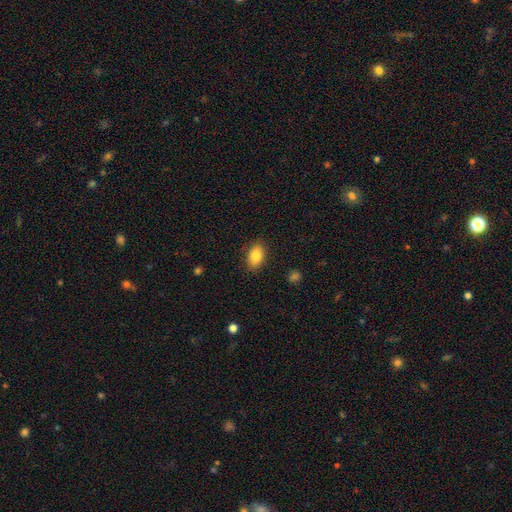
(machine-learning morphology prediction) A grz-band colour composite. It shows a smooth galaxy with no disk features (85%) that is in between round and cigar-shaped (90%). Merging: none (87%).